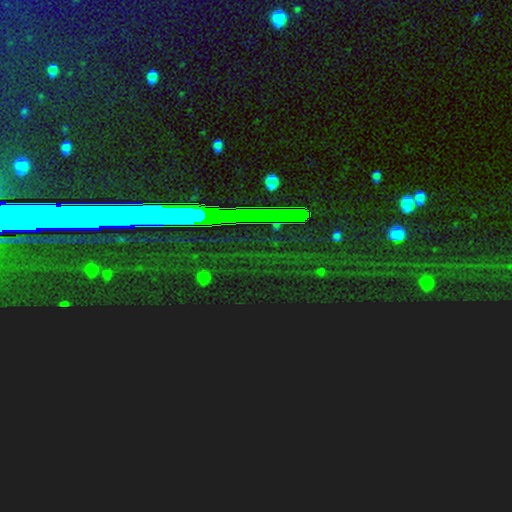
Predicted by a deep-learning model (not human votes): Smooth or featured: star or artifact — 82% (featured or disk — 9%)